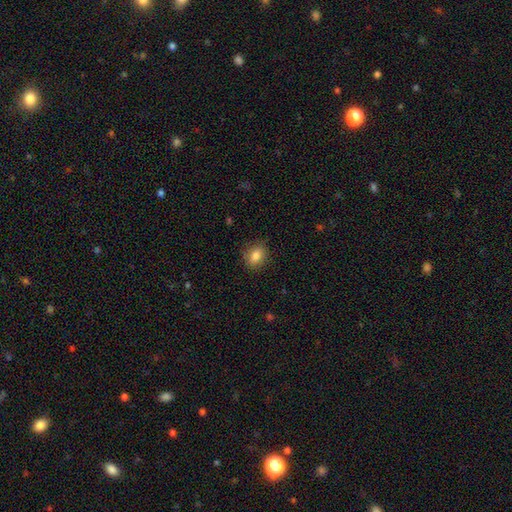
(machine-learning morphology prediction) Smooth or featured? smooth (83%)
How rounded? in between (57%)
Merging? none (84%)